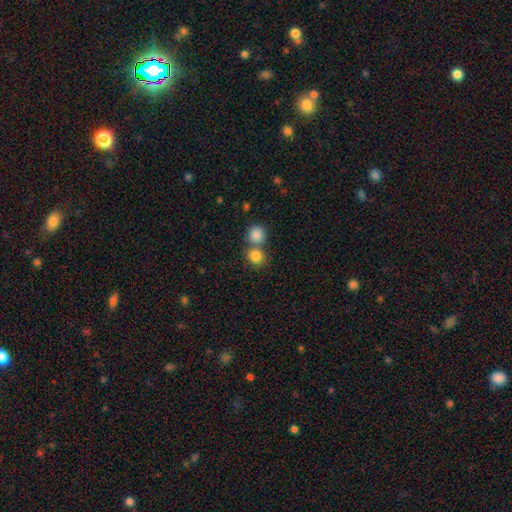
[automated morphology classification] Overall: smooth (84%). How rounded: round (84%). Merging: none (52%; merger 39%).